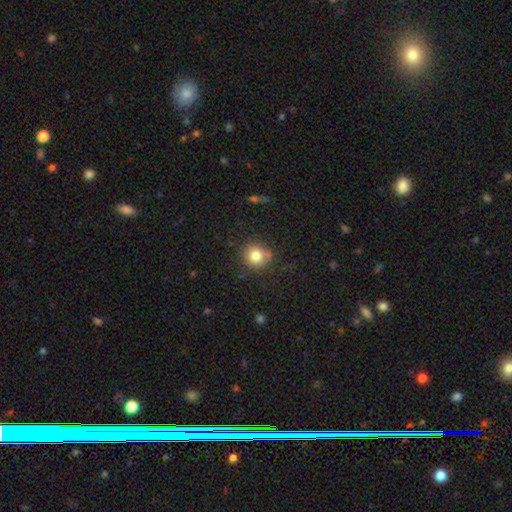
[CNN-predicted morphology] smooth 80%, star or artifact 12%, featured or disk 8%. Down the decision tree: how rounded — round (90%); merging — none (81%).